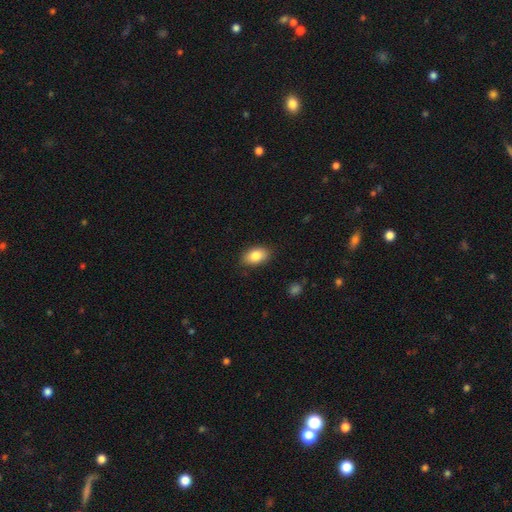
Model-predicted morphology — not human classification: Smooth or featured? smooth (84%)
How rounded? in between (89%)
Merging? none (86%)